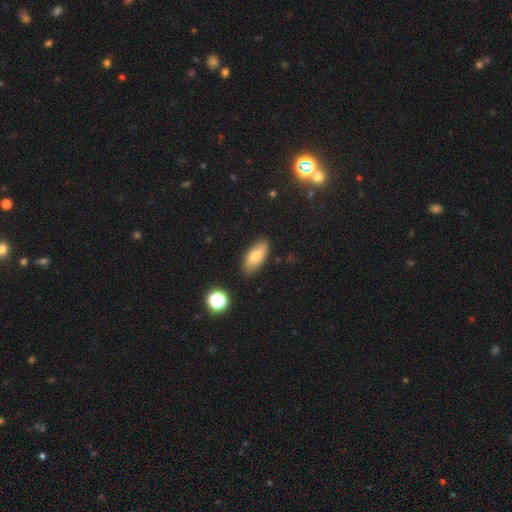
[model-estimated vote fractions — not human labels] A smooth galaxy with no disk features (79%) that is in between round and cigar-shaped (83%). Merging: none (82%).